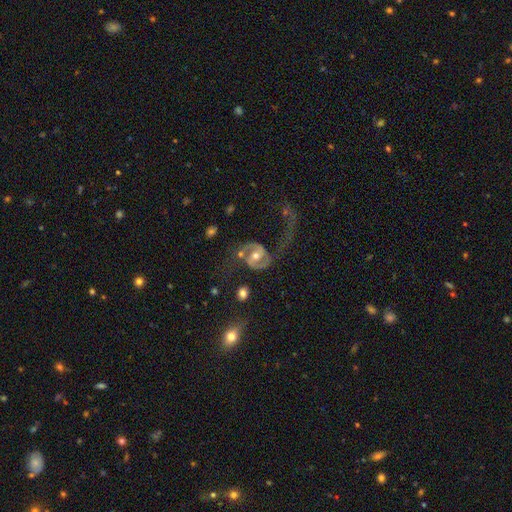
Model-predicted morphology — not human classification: Overall: featured or disk (88%). Edge-on disk: no (98%). Bar: no (40%; weak 38%). Spiral arms: yes (95%). Spiral arm count: 2 (91%). Spiral winding: medium (45%; loose 40%). Bulge size: moderate (74%). Merging: none (45%; major disturbance 31%).